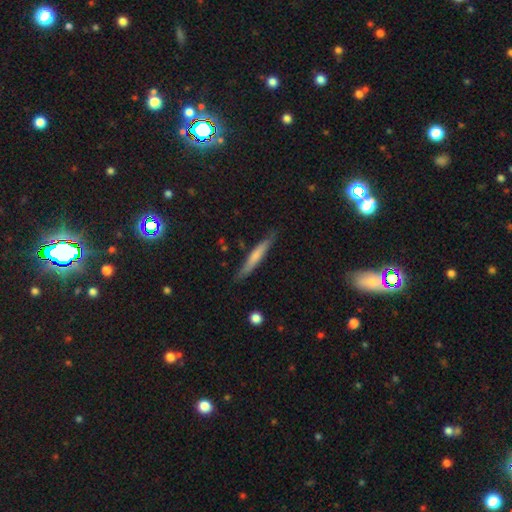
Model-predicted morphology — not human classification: A smooth galaxy with no disk features (60%) that is cigar-shaped (94%). Merging: none (83%).